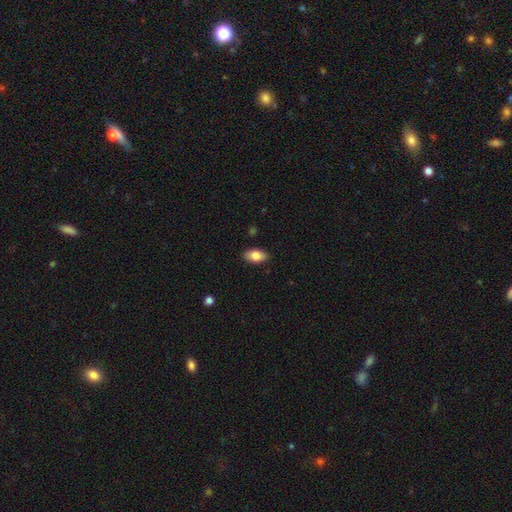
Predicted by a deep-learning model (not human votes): smooth_or_featured: smooth (p=0.83) [alt: featured or disk p=0.10]
how_rounded: in between (p=0.92) [alt: round p=0.05]
merging: none (p=0.89) [alt: minor disturbance p=0.09]